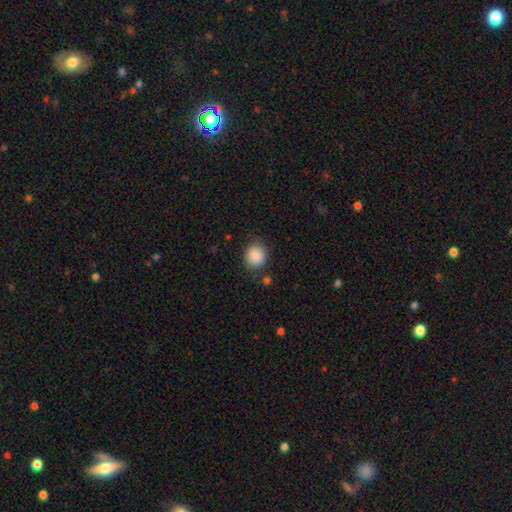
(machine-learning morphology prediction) Smooth or featured?
  - smooth: 88% *
  - star or artifact: 8%
  - featured or disk: 4%
How rounded?
  - round: 66% *
  - in between: 33%
  - cigar-shaped: 1%
Merging?
  - none: 82% *
  - minor disturbance: 13%
  - major disturbance: 4%
  - merger: 2%